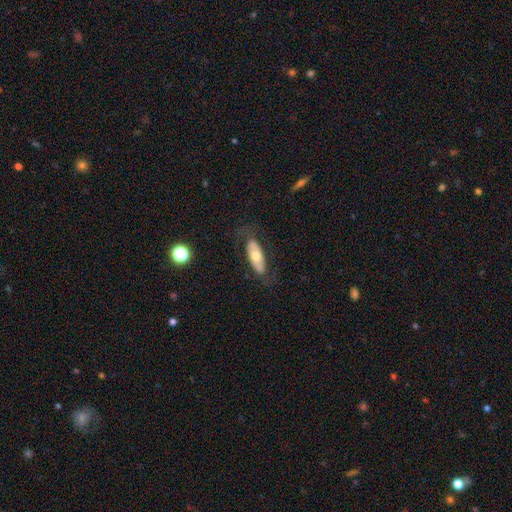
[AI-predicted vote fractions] This appears to be a smooth galaxy with no disk features (54%) that is in between round and cigar-shaped (72%). Merging: none (73%).